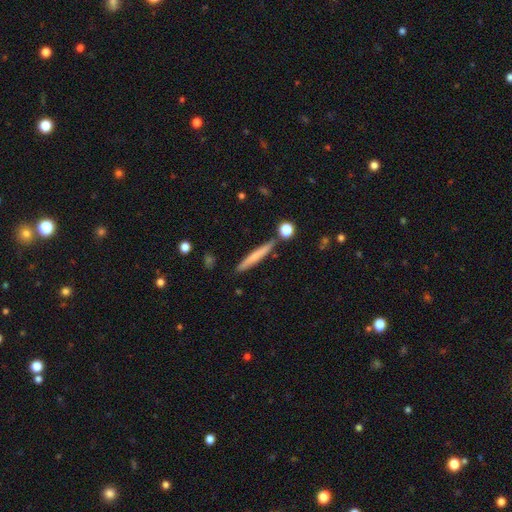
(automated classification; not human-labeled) smooth_or_featured: smooth (p=0.64) [alt: featured or disk p=0.30]
how_rounded: cigar-shaped (p=0.95) [alt: in between p=0.03]
merging: none (p=0.85) [alt: minor disturbance p=0.09]